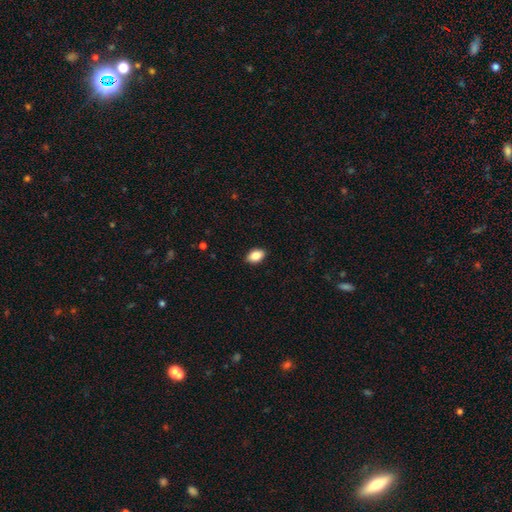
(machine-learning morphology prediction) type=smooth (87%); roundness=in between (89%); merging=none (89%).